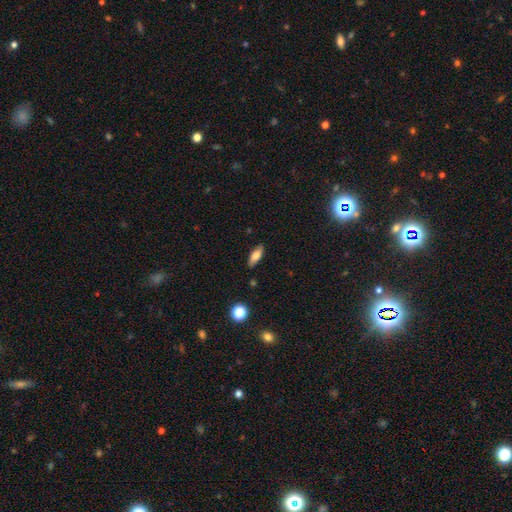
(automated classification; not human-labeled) A smooth galaxy with no disk features (72%) that is in between round and cigar-shaped (75%). Merging: none (84%).